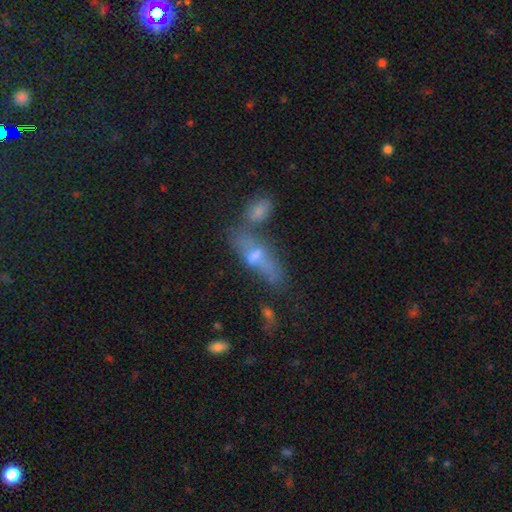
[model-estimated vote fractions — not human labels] Smooth or featured? featured or disk (45%)
Merging? none (43%)